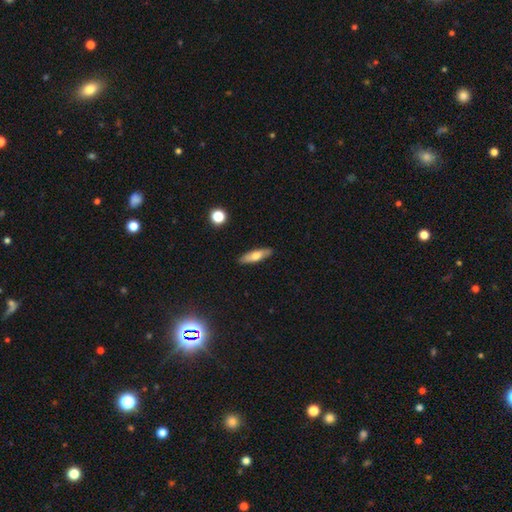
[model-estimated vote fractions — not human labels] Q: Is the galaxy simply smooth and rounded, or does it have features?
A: smooth — 62%.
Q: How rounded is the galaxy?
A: cigar-shaped — 65%.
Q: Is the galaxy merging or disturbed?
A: none — 89%.